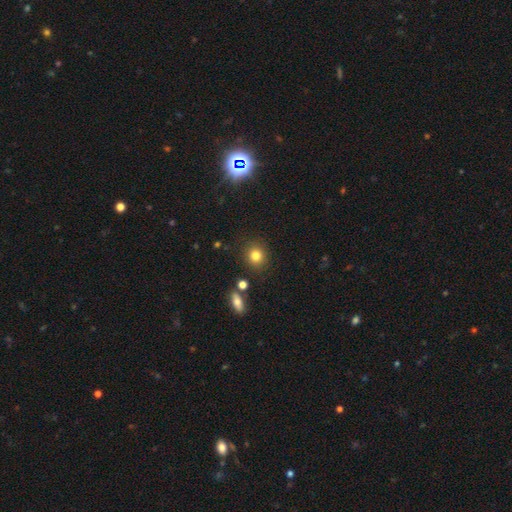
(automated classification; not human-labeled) smooth-or-featured: smooth: 81% | star or artifact: 12% | featured or disk: 7%
  how-rounded: round: 84% | in between: 15% | cigar-shaped: 1%
  merging: none: 85% | minor disturbance: 8% | merger: 4% | major disturbance: 3%